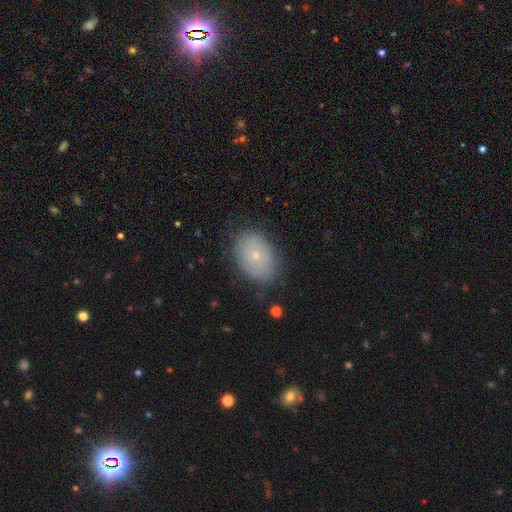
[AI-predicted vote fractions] This is likely a smooth galaxy (66%). How rounded: likely in between (77%). Merging: likely none (79%).